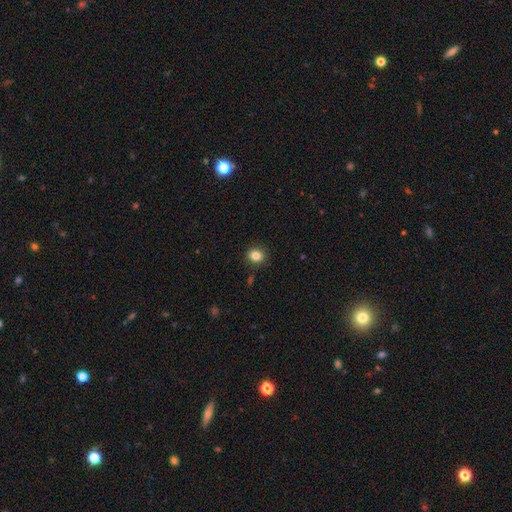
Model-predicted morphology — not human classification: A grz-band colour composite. It shows a smooth galaxy with no disk features (84%) that is round (74%). Merging: none (89%).